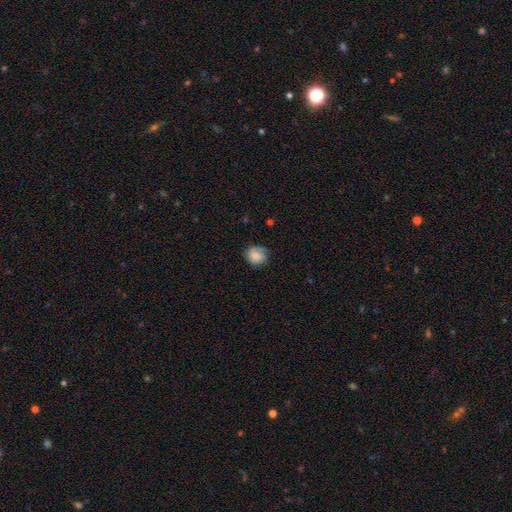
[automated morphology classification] smooth_or_featured: smooth (p=0.73) [alt: featured or disk p=0.19]
how_rounded: round (p=0.77) [alt: in between p=0.22]
merging: none (p=0.67) [alt: minor disturbance p=0.24]